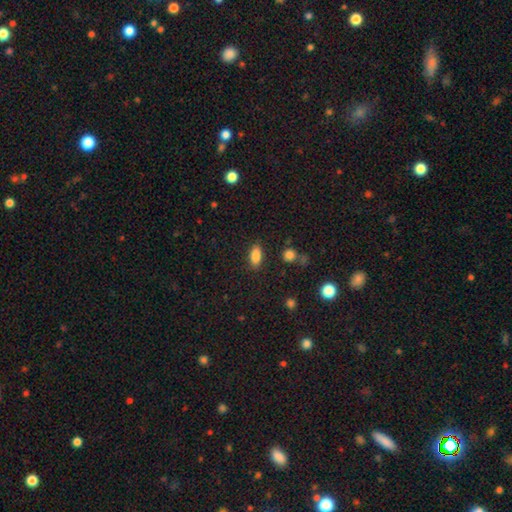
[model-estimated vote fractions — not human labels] Smooth or featured? smooth (85%)
How rounded? in between (86%)
Merging? none (85%)